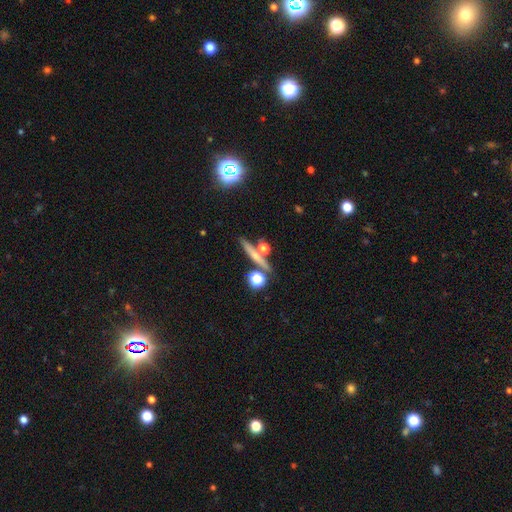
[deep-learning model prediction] smooth 48%, featured or disk 40%, star or artifact 12%. Down the decision tree: merging — none (76%).